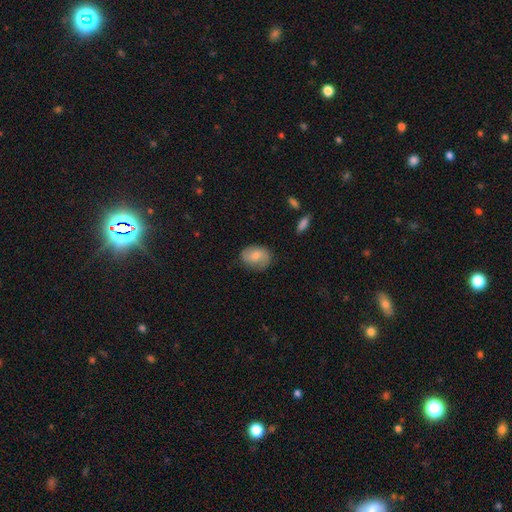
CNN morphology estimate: The model was most divided on "smooth or featured": smooth: 47%, featured or disk: 45%, star or artifact: 7%. More confident: merging — none (73%).